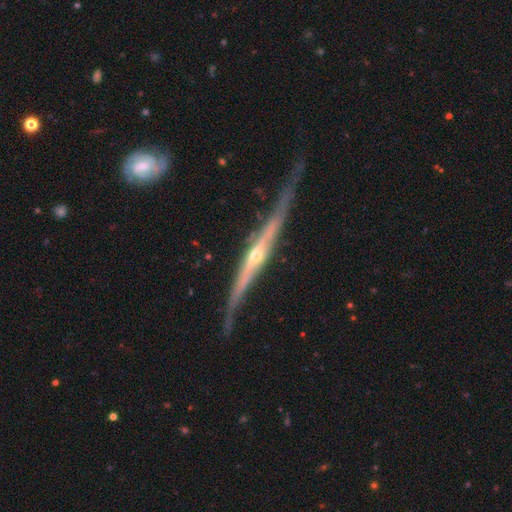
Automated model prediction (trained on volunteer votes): The model was most divided on "merging": none: 65%, minor disturbance: 24%, major disturbance: 9%, merger: 2%. More confident: edge-on disk — yes (94%); smooth or featured — featured or disk (87%); edge-on bulge — rounded (80%).